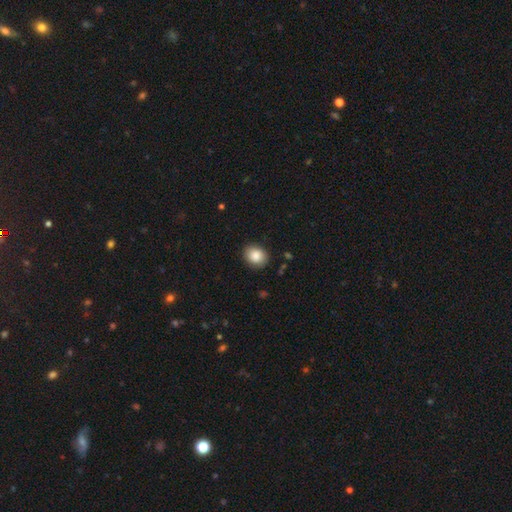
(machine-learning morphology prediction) Overall: smooth (86%). How rounded: round (56%; in between 43%). Merging: none (88%).